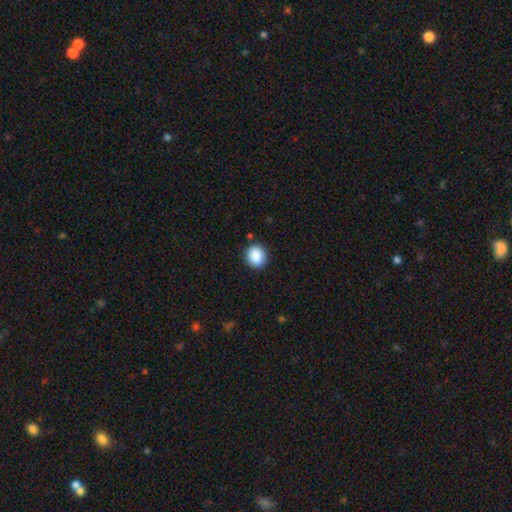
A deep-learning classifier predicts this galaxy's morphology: smooth-or-featured: smooth: 88% | star or artifact: 8% | featured or disk: 3%
  how-rounded: round: 72% | in between: 27% | cigar-shaped: 1%
  merging: none: 89% | minor disturbance: 7% | major disturbance: 2% | merger: 1%